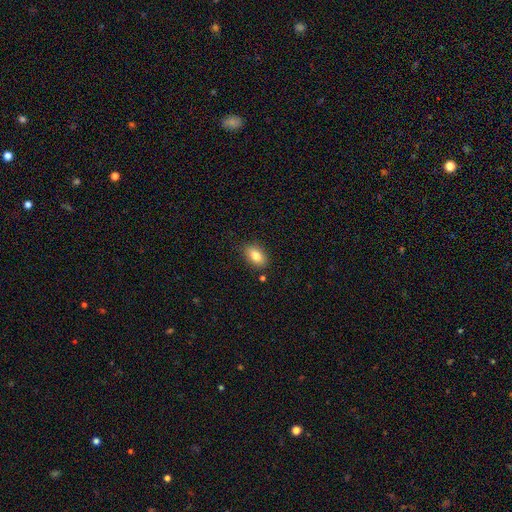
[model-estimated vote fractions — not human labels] Smooth or featured? smooth (81%)
How rounded? in between (87%)
Merging? none (85%)